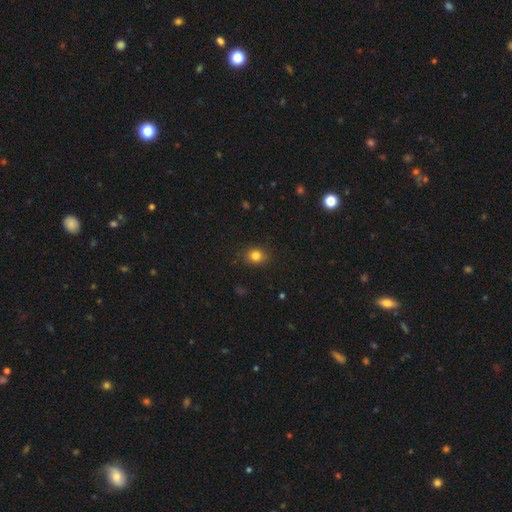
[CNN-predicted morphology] The model was most divided on "how rounded": round: 66%, in between: 33%, cigar-shaped: 1%. More confident: merging — none (87%); smooth or featured — smooth (82%).